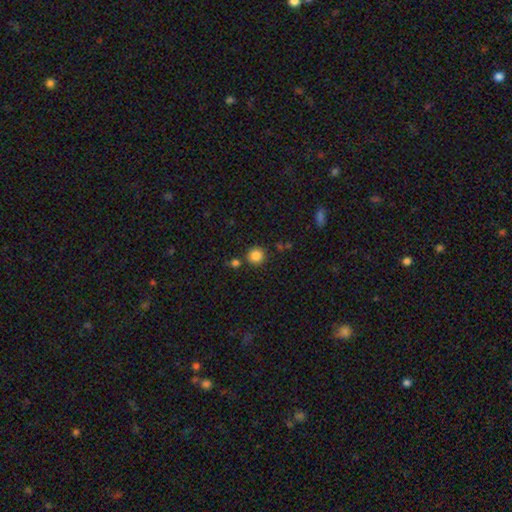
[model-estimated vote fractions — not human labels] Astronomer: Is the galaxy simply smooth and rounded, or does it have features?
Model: smooth — 85%.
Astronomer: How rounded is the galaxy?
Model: round — 93%.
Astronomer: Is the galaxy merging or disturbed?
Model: none — 80%.